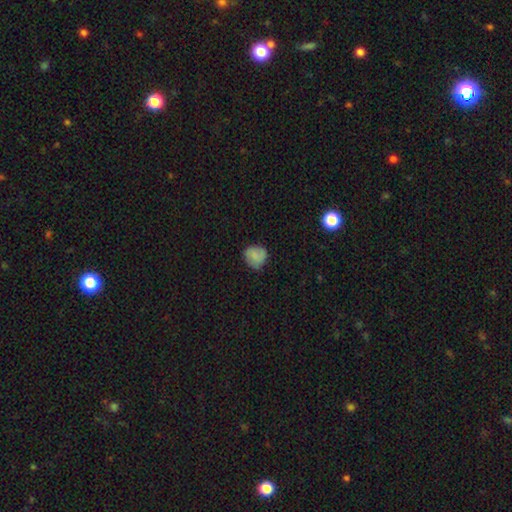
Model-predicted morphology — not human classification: type=smooth (74%); roundness=round (79%); merging=none (73%).